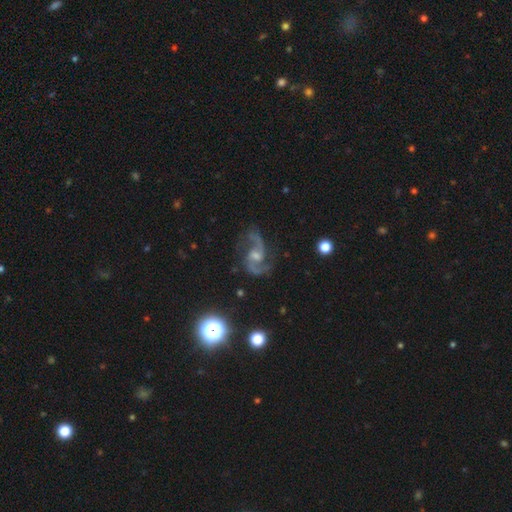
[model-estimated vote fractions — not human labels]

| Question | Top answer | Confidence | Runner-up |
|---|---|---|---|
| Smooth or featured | featured or disk | 90% | star or artifact (6%) |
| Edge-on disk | no | 98% | yes (2%) |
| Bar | no | 47% | weak (43%) |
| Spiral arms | yes | 98% | no (2%) |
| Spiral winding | medium | 50% | loose (41%) |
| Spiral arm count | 2 | 93% | can't tell (2%) |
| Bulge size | moderate | 46% | small (40%) |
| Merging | none | 76% | minor disturbance (15%) |